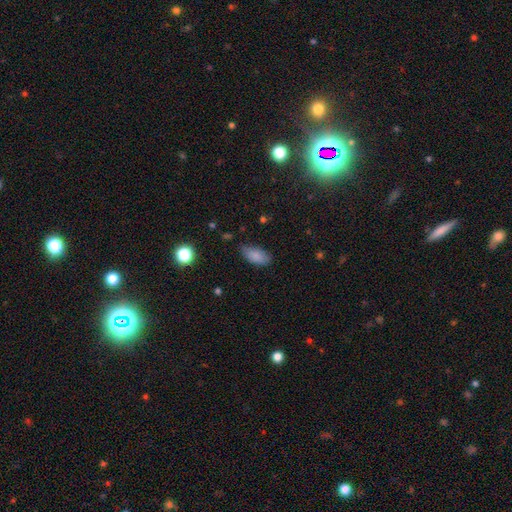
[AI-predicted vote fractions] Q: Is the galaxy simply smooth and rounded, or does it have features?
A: smooth — 86%.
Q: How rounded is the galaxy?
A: in between — 91%.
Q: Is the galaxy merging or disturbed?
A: none — 75%.